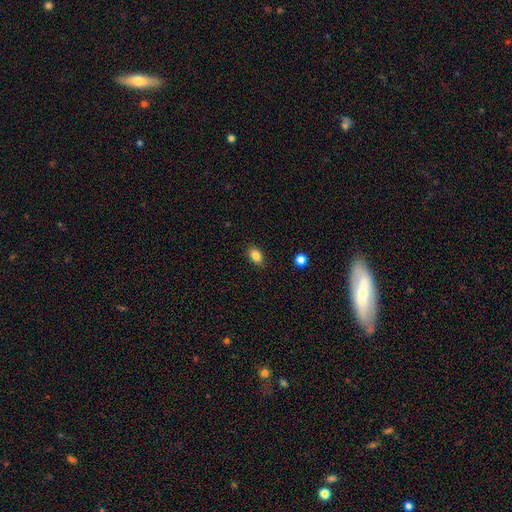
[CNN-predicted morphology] Smooth or featured? smooth (84%)
How rounded? in between (86%)
Merging? none (88%)